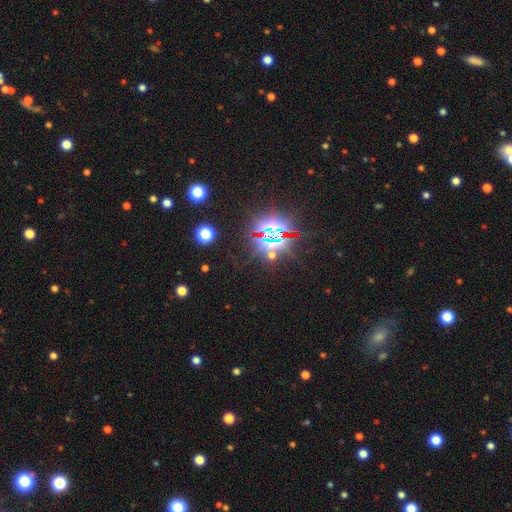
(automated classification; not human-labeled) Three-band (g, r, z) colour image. It shows a star or artifact, not a galaxy (85%).